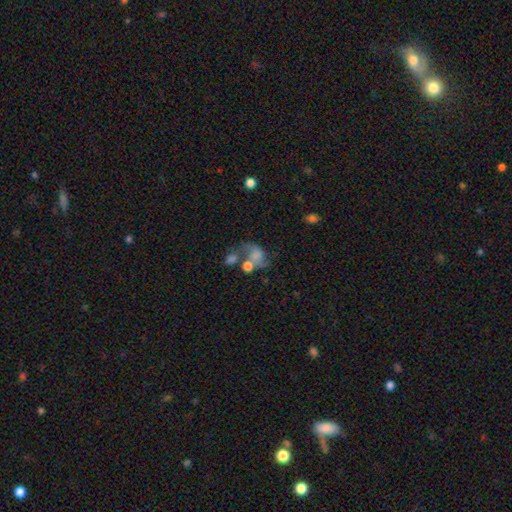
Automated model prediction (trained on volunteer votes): smooth_or_featured: featured or disk (p=0.43) [tied with: smooth p=0.43]
merging: merger (p=0.33) [alt: none p=0.27]